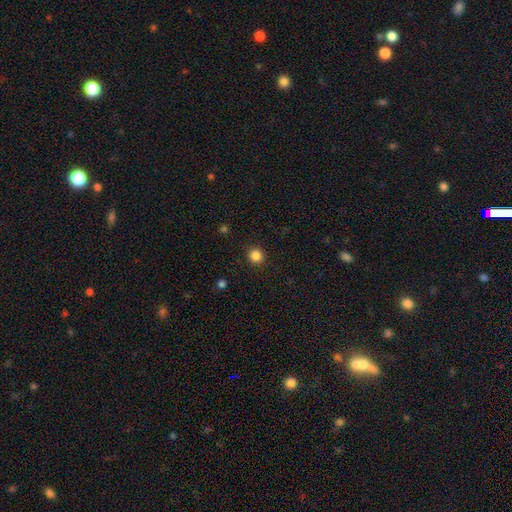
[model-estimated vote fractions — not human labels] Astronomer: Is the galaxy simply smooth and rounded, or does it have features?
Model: smooth — 85%.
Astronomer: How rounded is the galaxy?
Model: round — 92%.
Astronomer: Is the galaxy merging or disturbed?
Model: none — 92%.